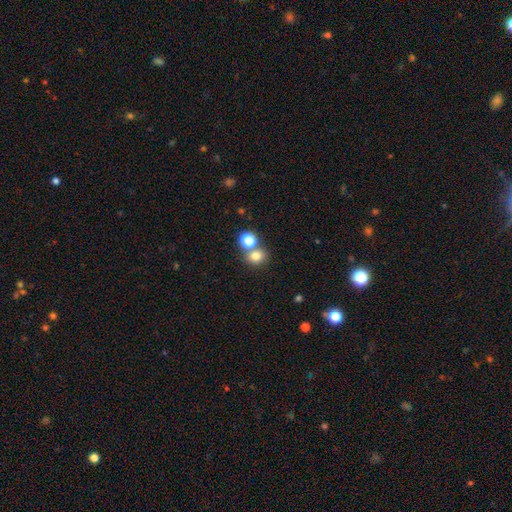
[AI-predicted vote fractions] A smooth galaxy with no disk features (76%) that is round (71%). Merging: none (61%).